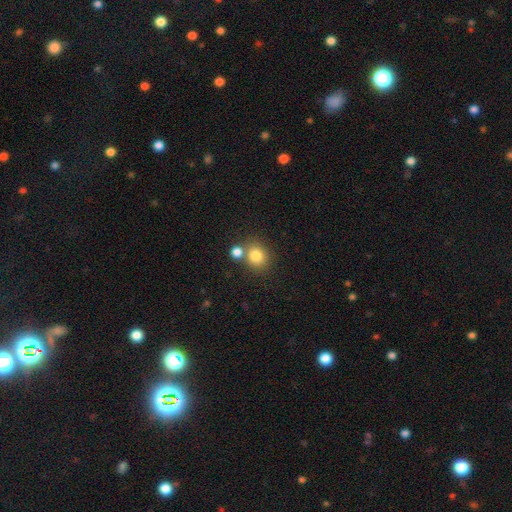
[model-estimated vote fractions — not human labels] Smooth or featured?
  - smooth: 81% *
  - star or artifact: 11%
  - featured or disk: 8%
How rounded?
  - round: 80% *
  - in between: 19%
  - cigar-shaped: 1%
Merging?
  - none: 62% *
  - merger: 25%
  - minor disturbance: 9%
  - major disturbance: 3%